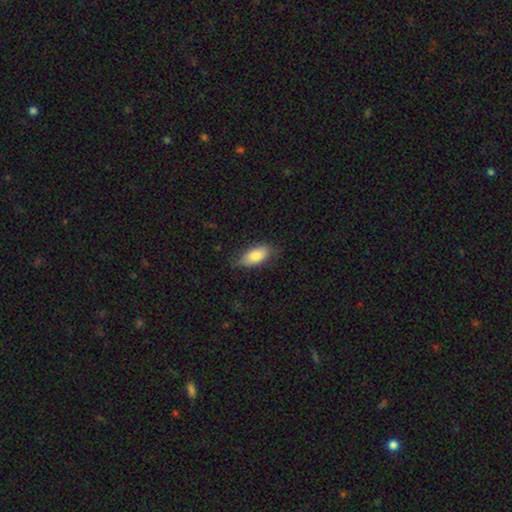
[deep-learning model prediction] smooth_or_featured: smooth (p=0.81) [alt: featured or disk p=0.13]
how_rounded: in between (p=0.89) [alt: cigar-shaped p=0.08]
merging: none (p=0.70) [alt: minor disturbance p=0.25]